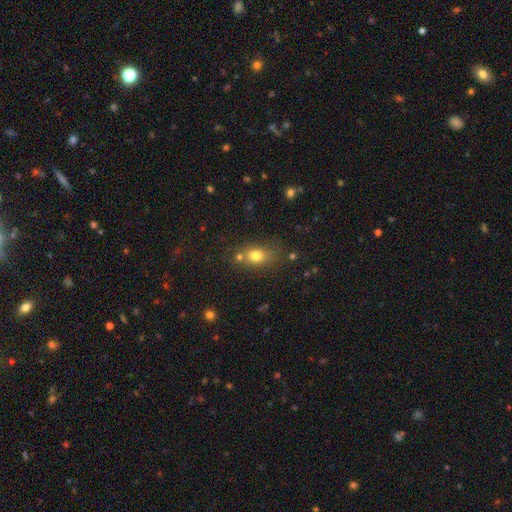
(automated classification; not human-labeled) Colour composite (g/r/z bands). It shows a smooth galaxy with no disk features (77%) that is in between round and cigar-shaped (62%). Merging: none (63%).